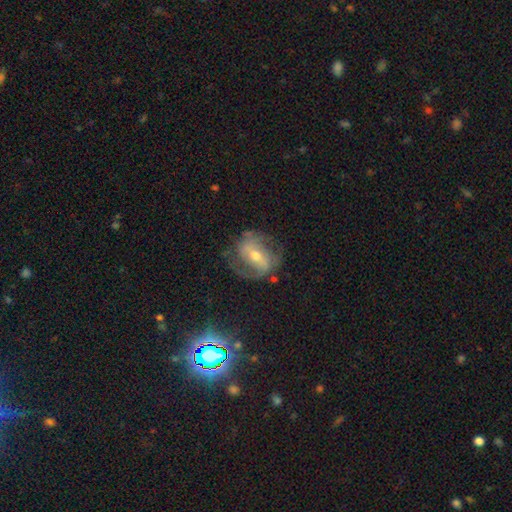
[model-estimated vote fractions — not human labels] smooth-or-featured: featured or disk: 74% | smooth: 16% | star or artifact: 10%
  disk-edge-on: no: 95% | yes: 5%
    bar: strong: 45% | weak: 35% | no: 20%
    has-spiral-arms: yes: 83% | no: 17%
      spiral-winding: medium: 46% | tight: 27% | loose: 27%
      spiral-arm-count: 2: 76% | can't tell: 13% | 1: 5% | 3: 3% | 4: 1% | more than 4: 1%
    bulge-size: moderate: 56% | small: 38% | large: 3% | none: 1% | dominant: 1%
  merging: none: 64% | minor disturbance: 19% | major disturbance: 15% | merger: 2%